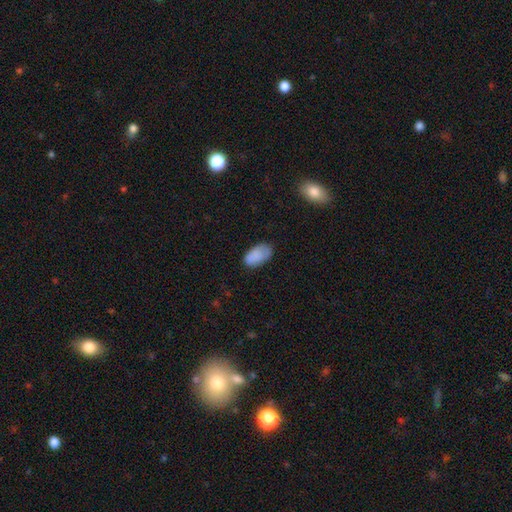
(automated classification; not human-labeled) This is clearly a smooth galaxy (85%). How rounded: clearly in between (94%). Merging: likely none (72%).